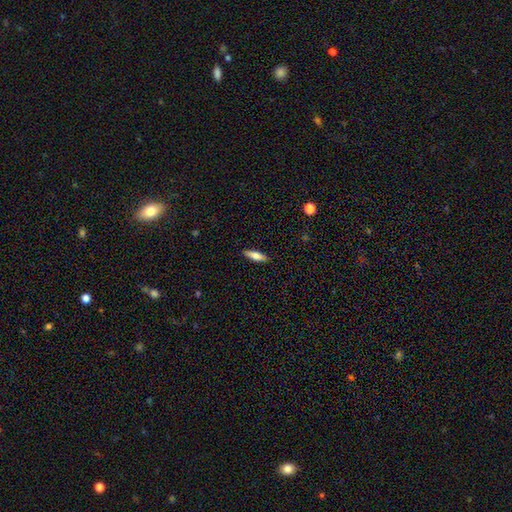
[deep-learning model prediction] smooth 71%, featured or disk 22%, star or artifact 6%. Down the decision tree: how rounded — cigar-shaped (55%); merging — none (90%).